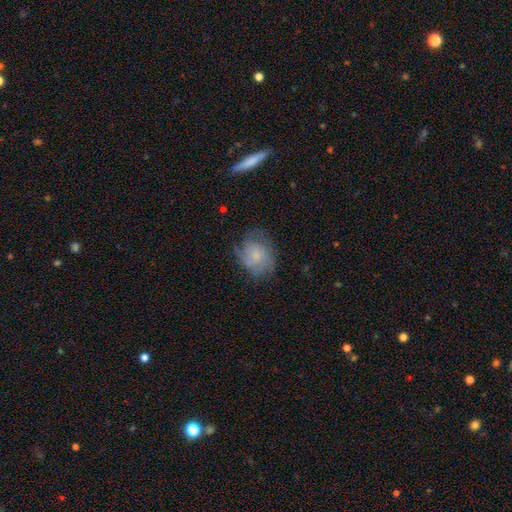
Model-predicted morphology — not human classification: A featured or disk galaxy (56%) with no bar (77%), spiral arms (85%) and a small central bulge (64%). Merging: none (63%).